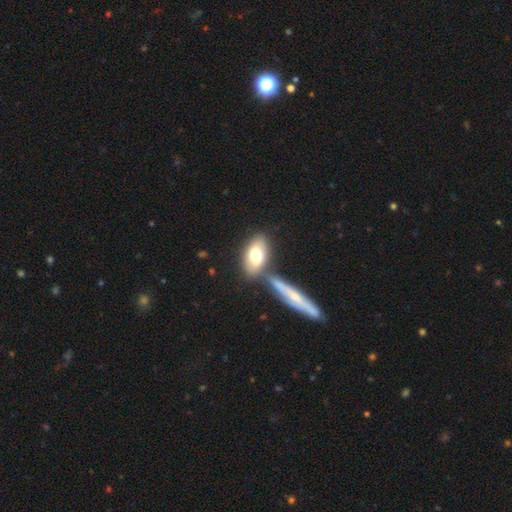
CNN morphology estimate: This is likely a smooth galaxy (70%). How rounded: clearly in between (87%). Merging: possibly none (59%).